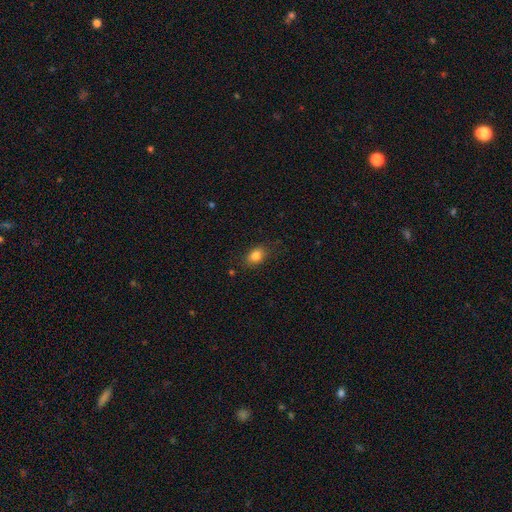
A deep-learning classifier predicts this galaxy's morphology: type=smooth (83%); roundness=in between (75%); merging=none (81%).